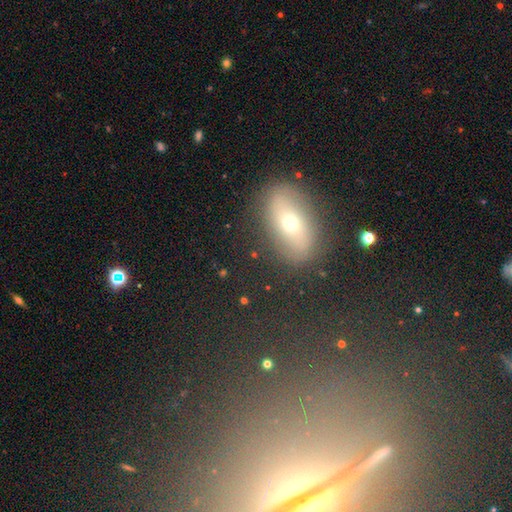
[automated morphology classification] A smooth galaxy with no disk features (42%). Merging: none (84%).